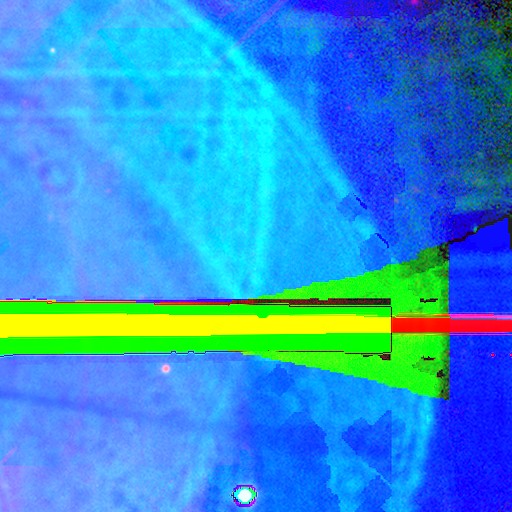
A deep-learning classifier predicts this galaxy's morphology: Q: Smooth or featured?
A: star or artifact (85%); runner-up: featured or disk (8%)